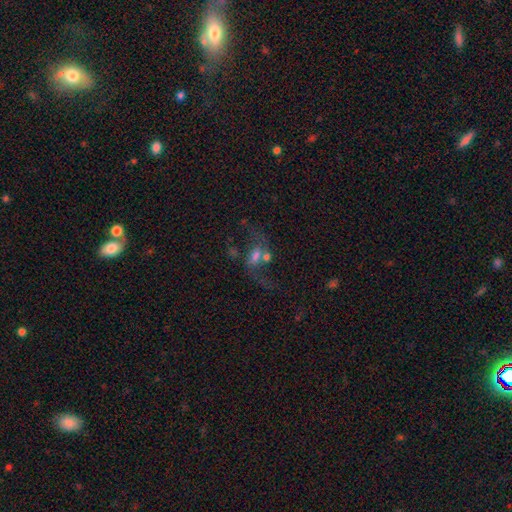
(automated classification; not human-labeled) Morphology: type=featured or disk (57%); edge-on=no (94%); bar=weak (42%); spiral arms=yes (76%); bulge=moderate (39%); merging=merger (37%).